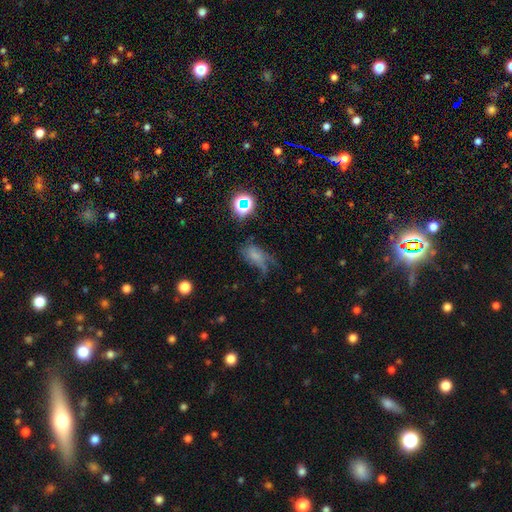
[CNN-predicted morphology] Smooth or featured: smooth — 47% (featured or disk — 32%)
Merging: major disturbance — 37% (none — 33%)